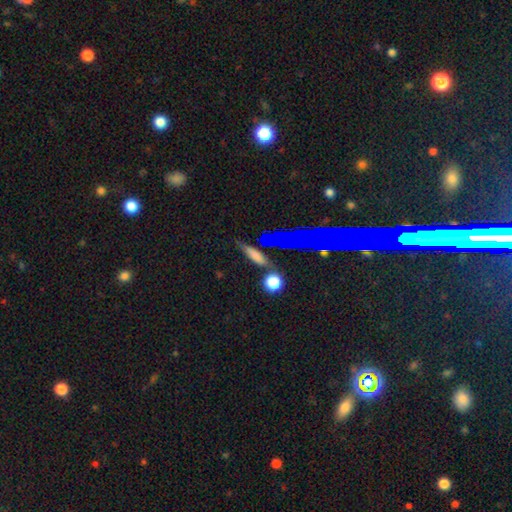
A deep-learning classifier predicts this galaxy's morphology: Overall: smooth (60%; featured or disk 23%). How rounded: cigar-shaped (50%; in between 32%). Merging: none (72%).